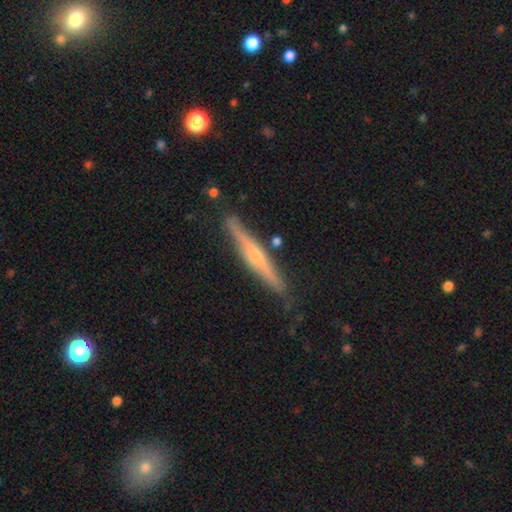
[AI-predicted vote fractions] A featured or disk galaxy (67%) viewed edge-on (97%) with a rounded central bulge (69%).

Vote fractions:
- Smooth or featured? featured or disk: 67% / smooth: 27% / star or artifact: 6%
- Edge-on disk? yes: 97% / no: 3%
- Edge-on bulge? rounded: 69% / none: 23% / boxy: 7%
- Merging? none: 84% / minor disturbance: 12% / merger: 3% / major disturbance: 2%